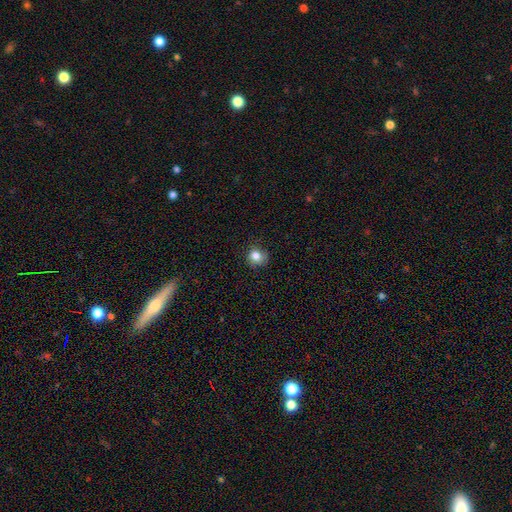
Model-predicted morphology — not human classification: smooth_or_featured: smooth (p=0.82) [alt: star or artifact p=0.11]
how_rounded: round (p=0.83) [alt: in between p=0.16]
merging: none (p=0.75) [alt: minor disturbance p=0.20]